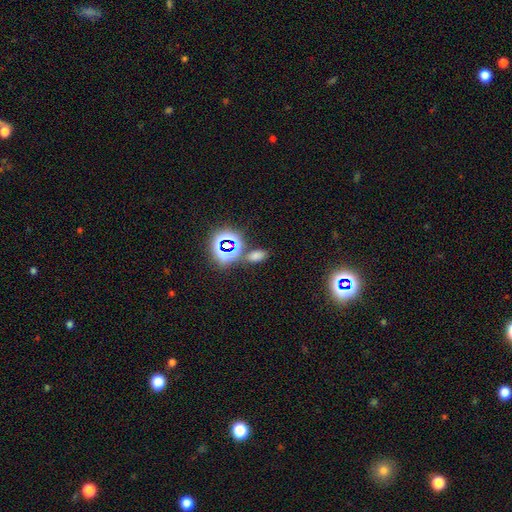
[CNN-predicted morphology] type=smooth (59%); roundness=in between (86%); merging=none (73%).